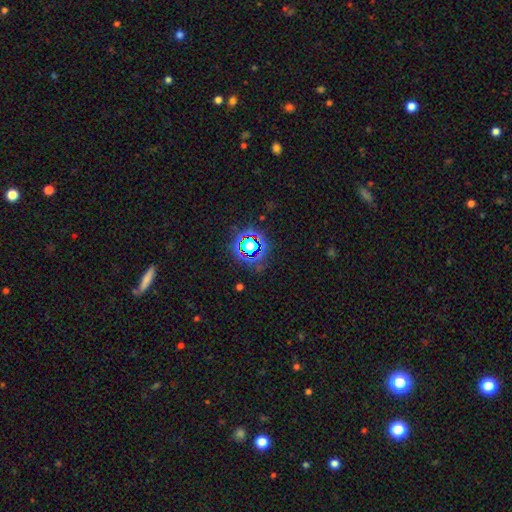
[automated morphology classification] Smooth or featured?
  - star or artifact: 74% *
  - smooth: 17%
  - featured or disk: 9%